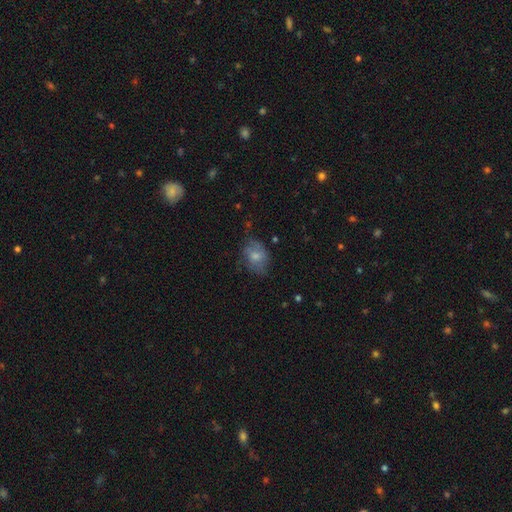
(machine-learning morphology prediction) type=smooth (67%); roundness=in between (66%); merging=none (57%).